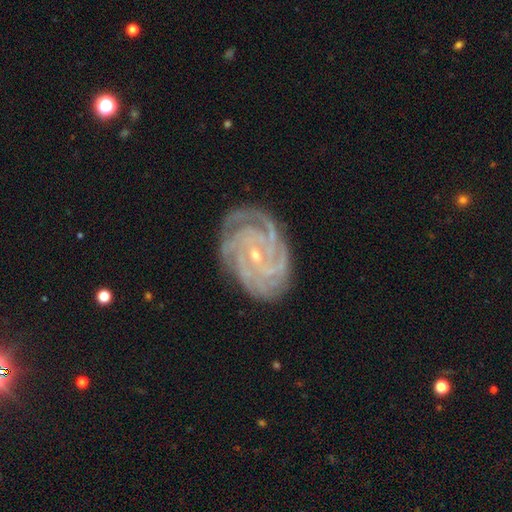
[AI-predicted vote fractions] Q: Smooth or featured?
A: featured or disk (89%); runner-up: star or artifact (6%)
Q: Edge-on disk?
A: no (97%); runner-up: yes (3%)
Q: Bar?
A: no (58%); runner-up: weak (30%)
Q: Spiral arms?
A: yes (99%); runner-up: no (1%)
Q: Spiral winding?
A: tight (81%); runner-up: medium (16%)
Q: Spiral arm count?
A: 4 (34%); runner-up: more than 4 (18%)
Q: Bulge size?
A: small (79%); runner-up: moderate (18%)
Q: Merging?
A: none (81%); runner-up: minor disturbance (14%)